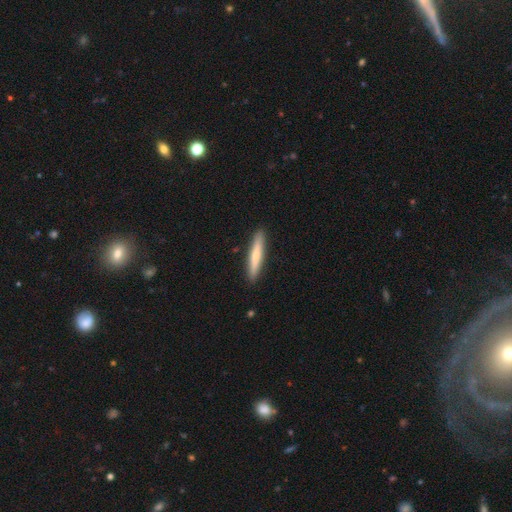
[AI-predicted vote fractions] smooth-or-featured: smooth: 67% | featured or disk: 28% | star or artifact: 5%
  how-rounded: cigar-shaped: 93% | in between: 6% | round: 1%
  merging: none: 91% | minor disturbance: 6% | major disturbance: 1% | merger: 1%